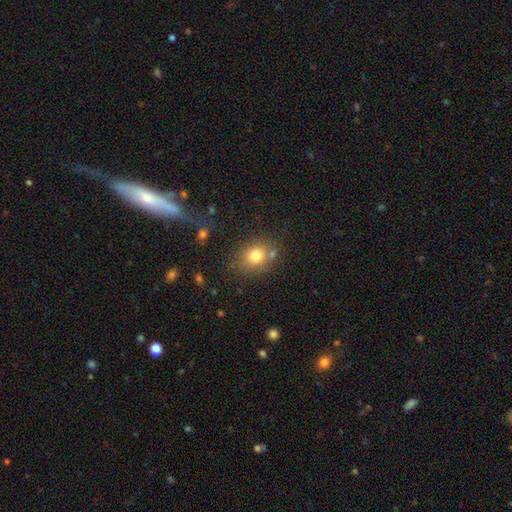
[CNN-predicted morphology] The model was most divided on "how rounded": round: 62%, in between: 37%, cigar-shaped: 1%. More confident: smooth or featured — smooth (78%); merging — none (70%).